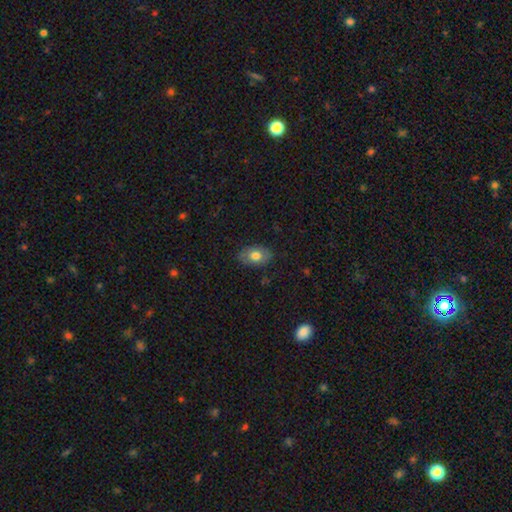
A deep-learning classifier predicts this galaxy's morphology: The model was most divided on "smooth or featured": smooth: 73%, featured or disk: 19%, star or artifact: 7%. More confident: how rounded — in between (87%); merging — none (82%).